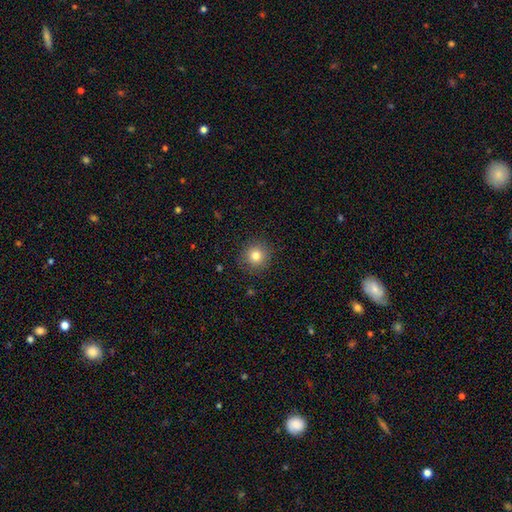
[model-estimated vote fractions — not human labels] Smooth or featured? Predicted: smooth (p=0.80). How rounded? Predicted: round (p=0.94). Merging? Predicted: none (p=0.90).